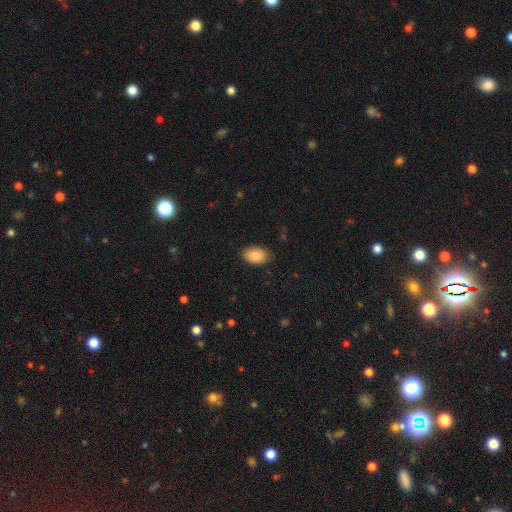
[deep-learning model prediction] A smooth galaxy with no disk features (84%) that is in between round and cigar-shaped (86%).

Vote fractions:
- Smooth or featured? smooth: 84% / featured or disk: 8% / star or artifact: 7%
- How rounded? in between: 86% / round: 13% / cigar-shaped: 1%
- Merging? none: 83% / minor disturbance: 13% / major disturbance: 2% / merger: 1%